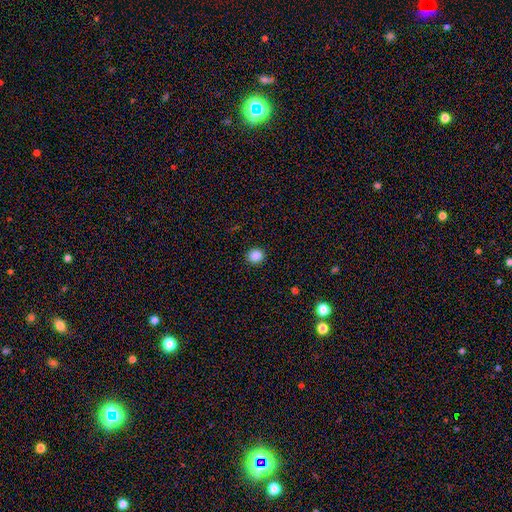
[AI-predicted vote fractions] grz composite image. It shows a smooth galaxy with no disk features (87%) that is round (82%). Merging: none (91%).